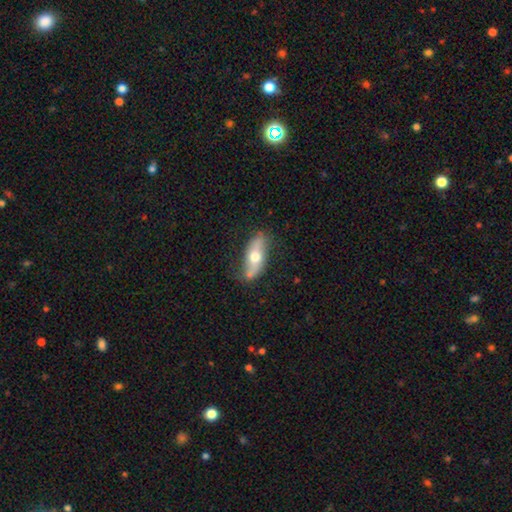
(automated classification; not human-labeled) Smooth or featured? Predicted: featured or disk (p=0.54). Edge-on disk? Predicted: no (p=0.58). Merging? Predicted: none (p=0.74).